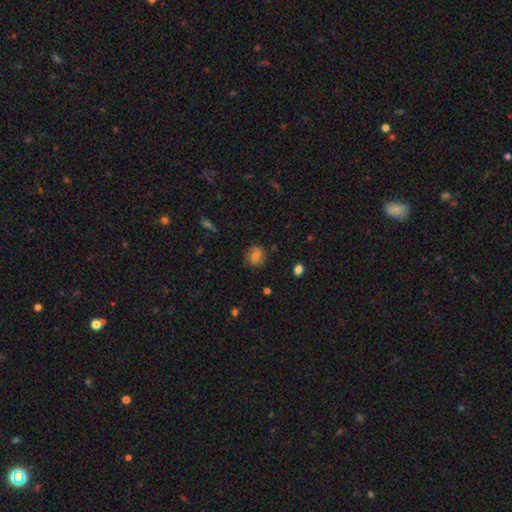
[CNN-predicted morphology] This appears to be a smooth galaxy with no disk features (64%) that is round (79%). Merging: none (79%).